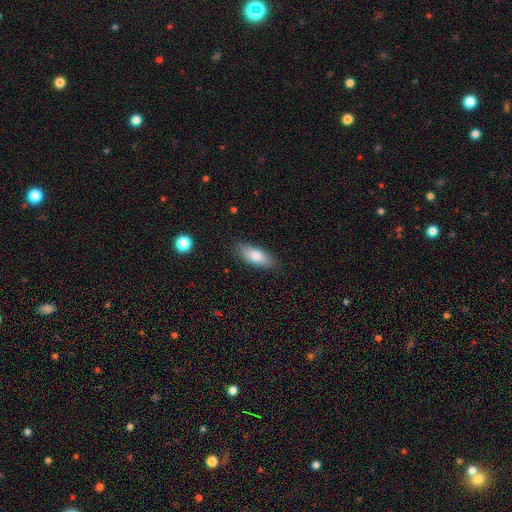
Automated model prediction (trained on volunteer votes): Morphology: type=smooth (79%); roundness=in between (79%); merging=none (84%).